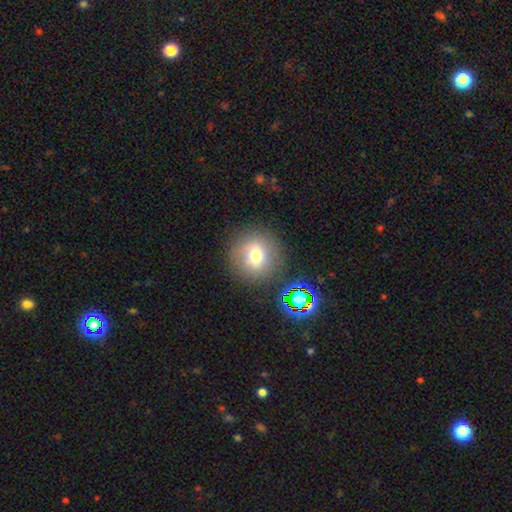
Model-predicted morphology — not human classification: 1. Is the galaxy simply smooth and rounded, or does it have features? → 67% smooth, 17% featured or disk, 15% star or artifact.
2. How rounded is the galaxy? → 94% round, 5% in between, 1% cigar-shaped.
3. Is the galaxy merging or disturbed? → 84% none, 9% minor disturbance, 4% major disturbance, 3% merger.